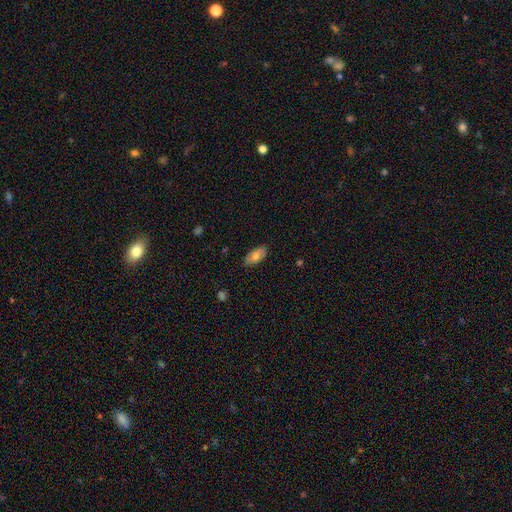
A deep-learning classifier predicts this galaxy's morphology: A smooth galaxy with no disk features (72%) that is in between round and cigar-shaped (91%). Merging: none (83%).